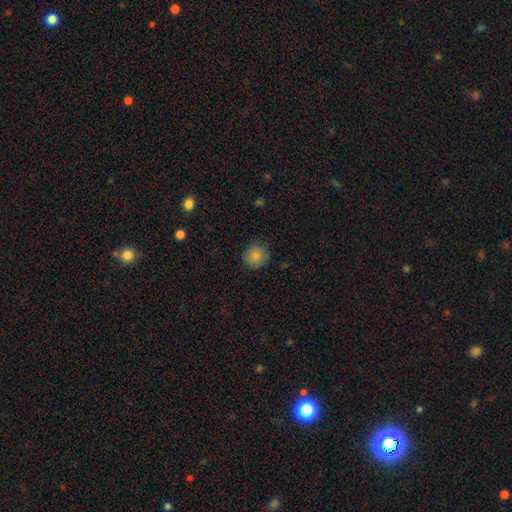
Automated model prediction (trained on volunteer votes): The model was most divided on "smooth or featured": smooth: 83%, star or artifact: 11%, featured or disk: 7%. More confident: how rounded — round (91%); merging — none (85%).